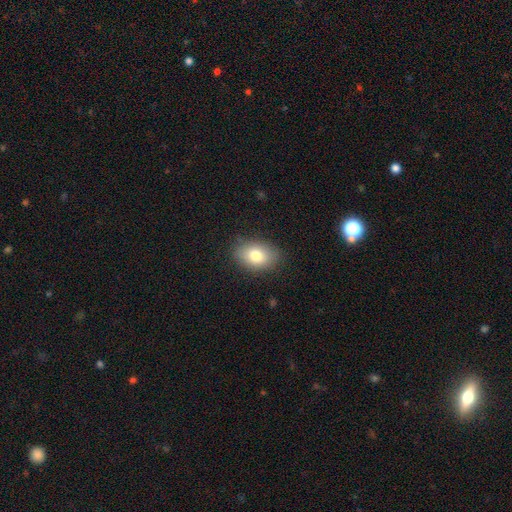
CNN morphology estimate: Smooth or featured: smooth — 79% (featured or disk — 13%)
How rounded: in between — 82% (round — 17%)
Merging: none — 85% (minor disturbance — 11%)